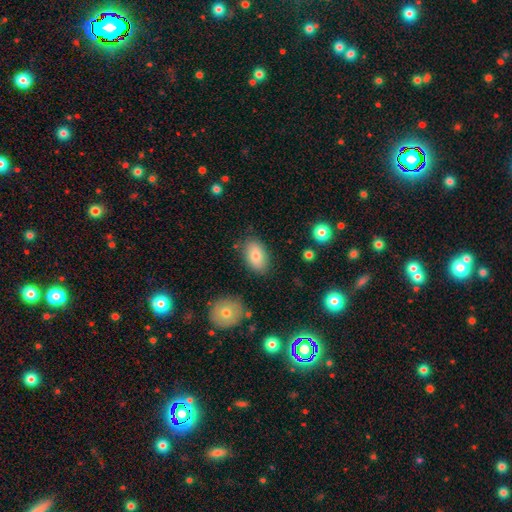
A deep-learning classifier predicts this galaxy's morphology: This is likely a smooth galaxy (80%). How rounded: clearly in between (91%). Merging: clearly none (82%).